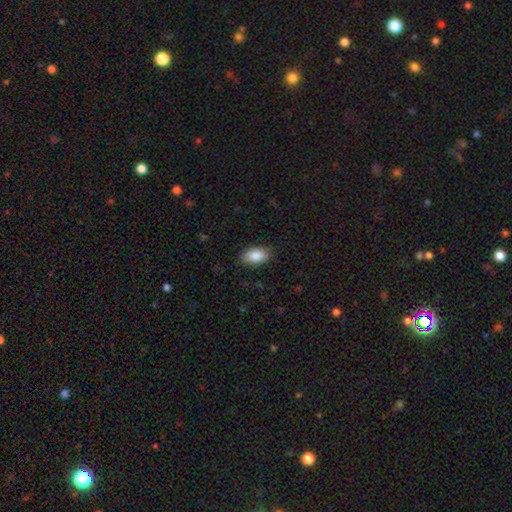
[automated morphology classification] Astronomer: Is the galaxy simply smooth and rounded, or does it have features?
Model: smooth — 89%.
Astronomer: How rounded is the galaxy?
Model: in between — 93%.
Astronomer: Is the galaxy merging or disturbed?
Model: none — 86%.